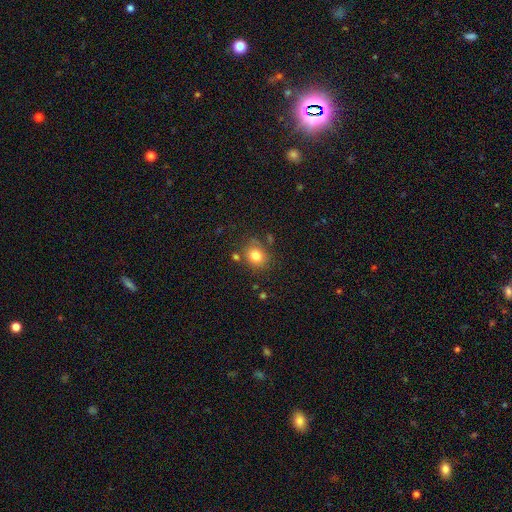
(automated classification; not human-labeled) A smooth galaxy with no disk features (80%) that is round (70%). Merging: none (75%).